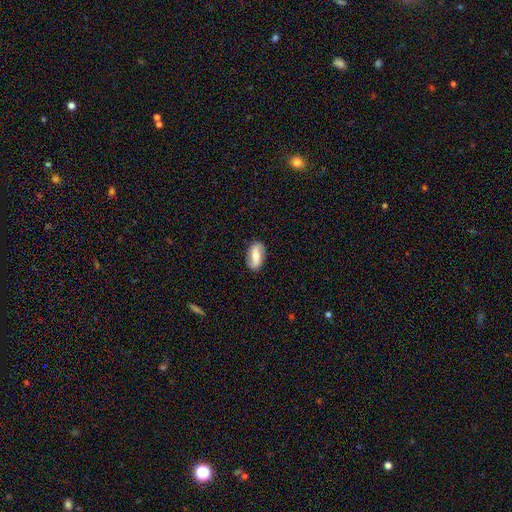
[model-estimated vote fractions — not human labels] Smooth or featured? Predicted: featured or disk (p=0.55). Edge-on disk? Predicted: no (p=0.92). Bar? Predicted: strong (p=0.45). Spiral arms? Predicted: yes (p=0.82). Bulge size? Predicted: moderate (p=0.52). Merging? Predicted: none (p=0.85).